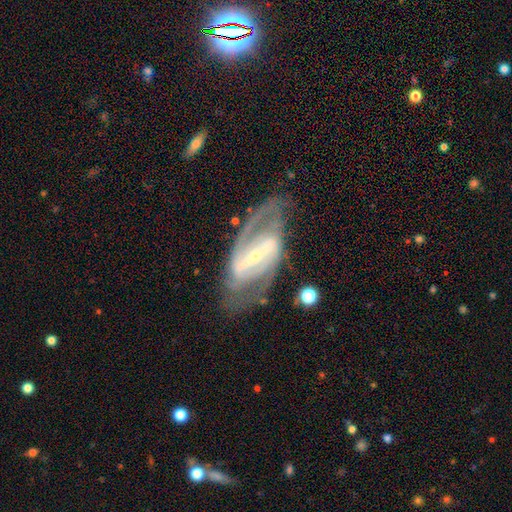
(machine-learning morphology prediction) type=featured or disk (90%); edge-on=no (95%); bar=strong (76%); spiral arms=yes (95%); winding=medium (52%); arm count=2 (88%); bulge=small (69%); merging=none (73%).